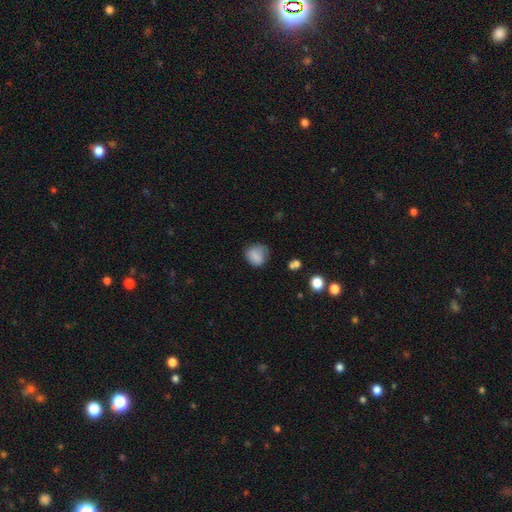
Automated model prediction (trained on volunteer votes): smooth_or_featured: smooth (p=0.83) [alt: star or artifact p=0.09]
how_rounded: round (p=0.73) [alt: in between p=0.26]
merging: none (p=0.64) [alt: minor disturbance p=0.26]